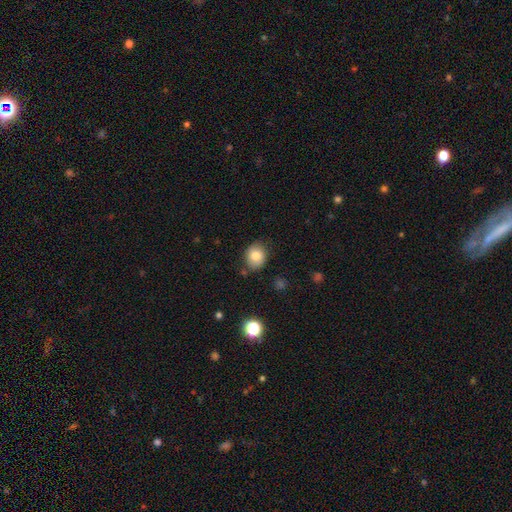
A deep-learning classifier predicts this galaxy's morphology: smooth_or_featured: smooth (p=0.81) [alt: star or artifact p=0.09]
how_rounded: round (p=0.57) [alt: in between p=0.42]
merging: none (p=0.79) [alt: minor disturbance p=0.15]